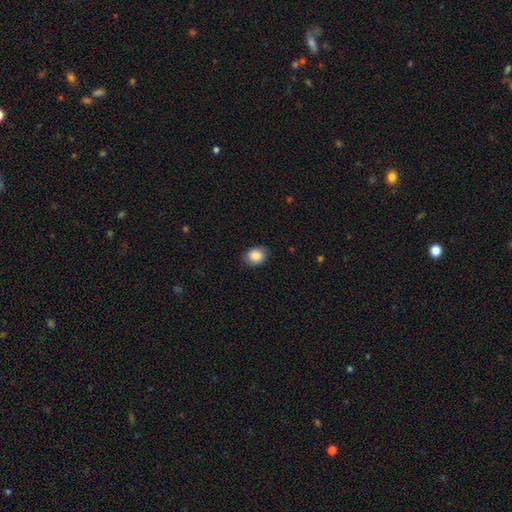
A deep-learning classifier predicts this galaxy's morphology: type=smooth (87%); roundness=in between (53%); merging=none (84%).